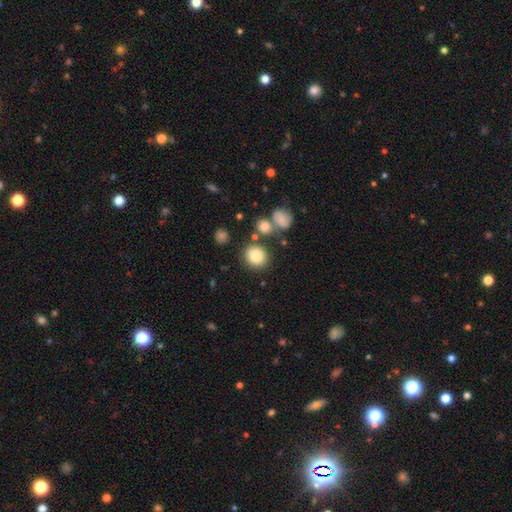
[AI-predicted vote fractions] The model was most divided on "merging": none: 78%, merger: 9%, minor disturbance: 9%, major disturbance: 4%. More confident: how rounded — round (84%); smooth or featured — smooth (83%).